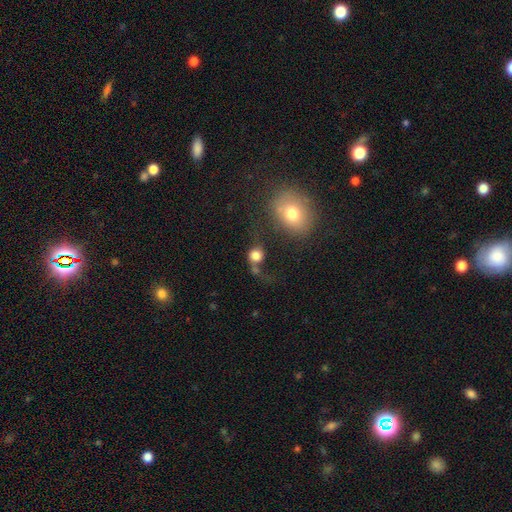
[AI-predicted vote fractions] Smooth or featured? Predicted: smooth (p=0.74). How rounded? Predicted: round (p=0.76). Merging? Predicted: none (p=0.37).